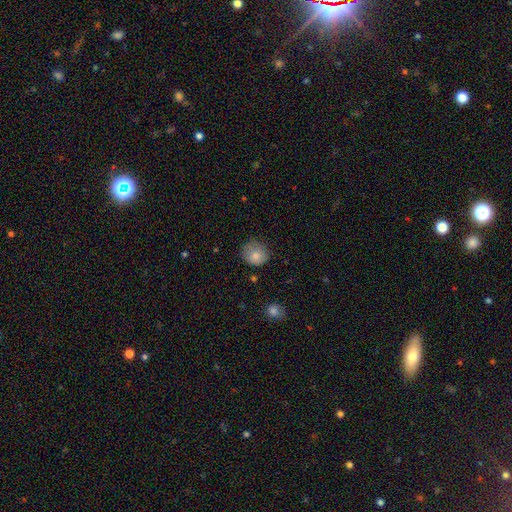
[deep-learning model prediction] smooth-or-featured: smooth: 82% | star or artifact: 9% | featured or disk: 9%
  how-rounded: round: 84% | in between: 15% | cigar-shaped: 1%
  merging: none: 70% | minor disturbance: 23% | major disturbance: 5% | merger: 2%